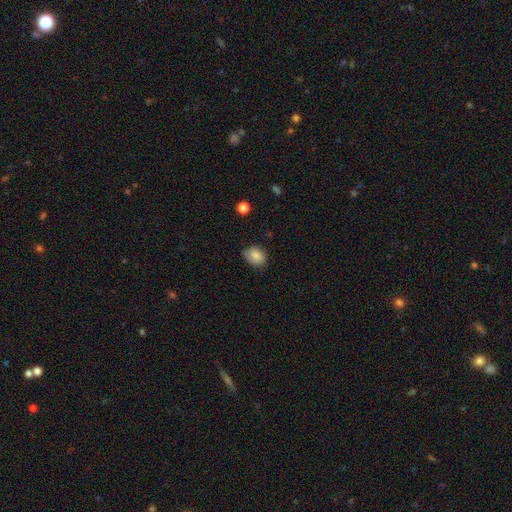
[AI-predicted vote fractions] Morphology: type=smooth (84%); roundness=in between (59%); merging=none (70%).